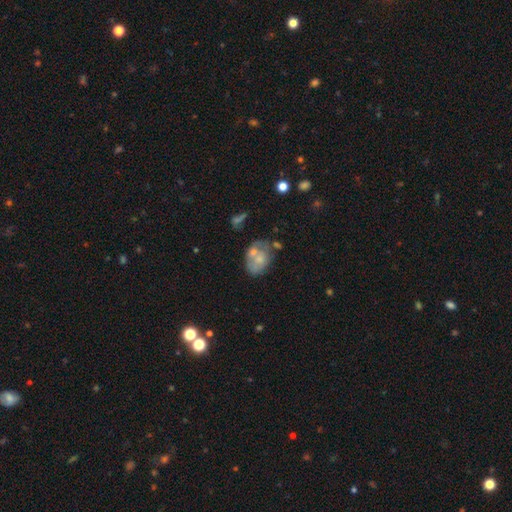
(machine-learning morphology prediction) Q: Smooth or featured?
A: featured or disk (45%); runner-up: smooth (43%)
Q: Merging?
A: none (36%); runner-up: merger (30%)